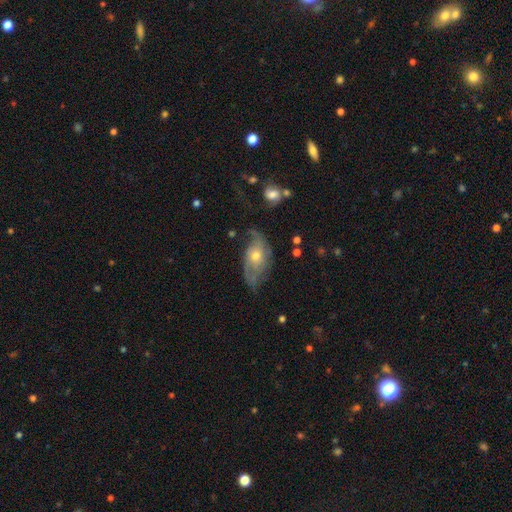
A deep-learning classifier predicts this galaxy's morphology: Smooth or featured? featured or disk (68%)
Edge-on disk? no (91%)
Bar? no (78%)
Spiral arms? yes (79%)
Bulge size? moderate (59%)
Merging? none (51%)